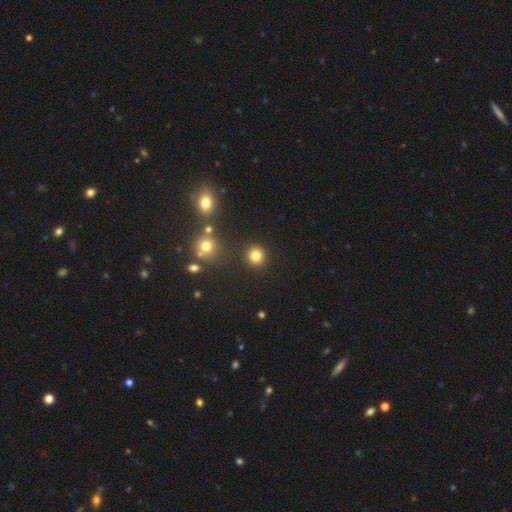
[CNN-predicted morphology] Overall: smooth (81%). How rounded: round (92%). Merging: none (90%).